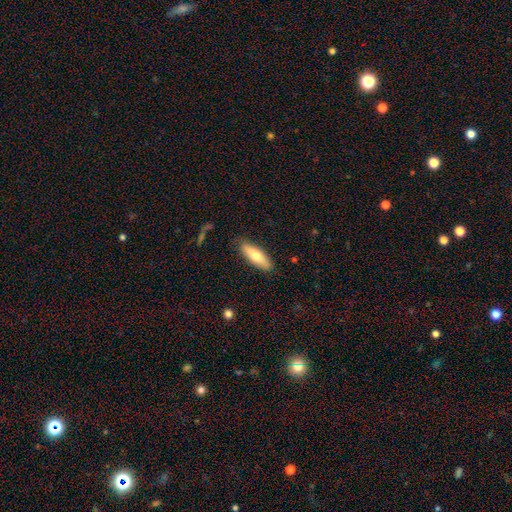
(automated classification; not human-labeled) Morphology: type=smooth (71%); roundness=in between (51%); merging=none (85%).